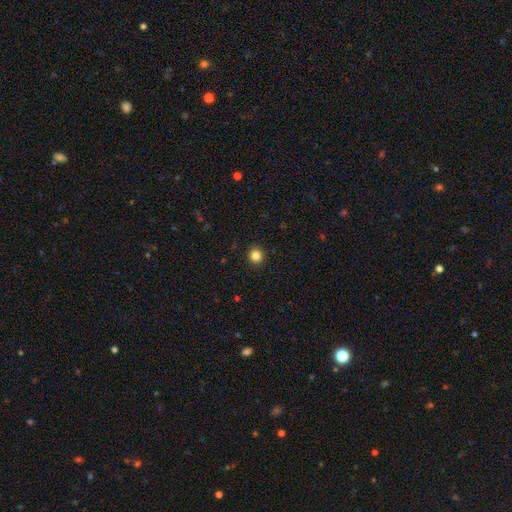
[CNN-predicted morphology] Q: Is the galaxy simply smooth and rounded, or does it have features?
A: smooth — 84%.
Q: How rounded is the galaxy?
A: round — 88%.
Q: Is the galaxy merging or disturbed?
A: none — 92%.